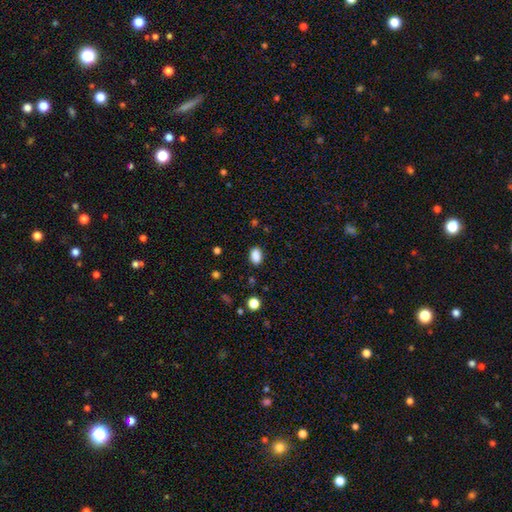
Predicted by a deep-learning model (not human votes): Smooth or featured? smooth (87%)
How rounded? in between (84%)
Merging? none (86%)